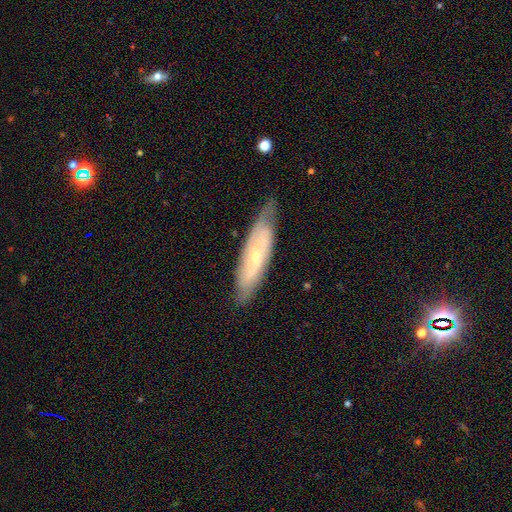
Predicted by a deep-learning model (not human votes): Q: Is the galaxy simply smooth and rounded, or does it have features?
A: featured or disk — 68%.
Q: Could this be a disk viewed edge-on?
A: no — 72%.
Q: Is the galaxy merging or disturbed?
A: none — 72%.